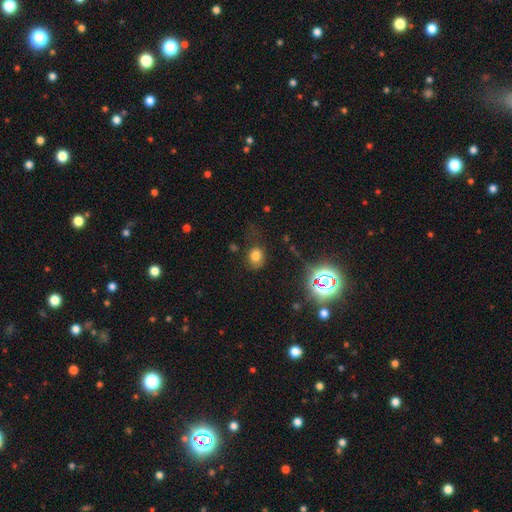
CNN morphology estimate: Q: Smooth or featured?
A: smooth (74%); runner-up: star or artifact (18%)
Q: How rounded?
A: in between (54%); runner-up: round (45%)
Q: Merging?
A: none (63%); runner-up: minor disturbance (22%)